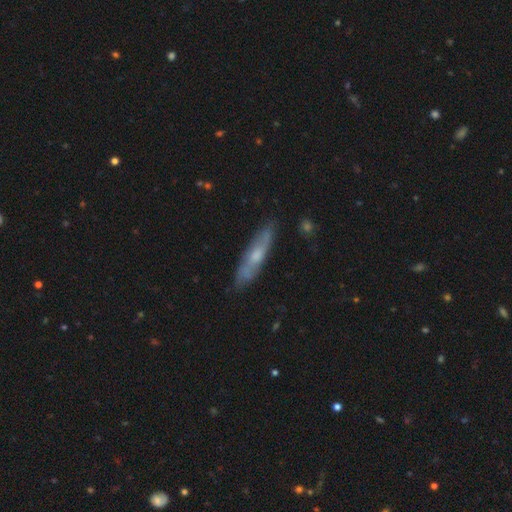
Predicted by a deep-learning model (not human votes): Smooth or featured?
  - featured or disk: 53% *
  - smooth: 39%
  - star or artifact: 7%
Edge-on disk?
  - yes: 65% *
  - no: 35%
Merging?
  - none: 81% *
  - minor disturbance: 15%
  - major disturbance: 3%
  - merger: 2%